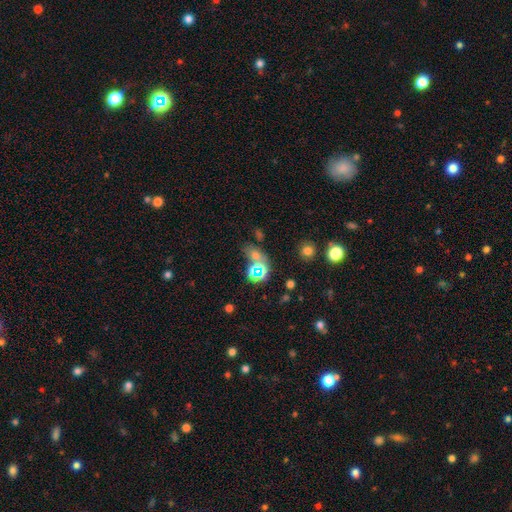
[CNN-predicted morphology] This is possibly a smooth galaxy (48%). Merging: possibly none (49%).